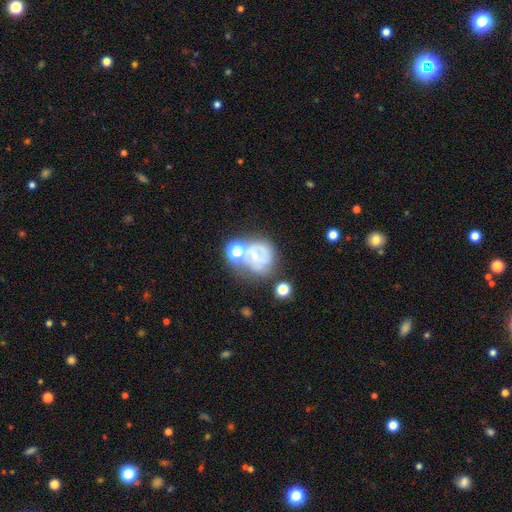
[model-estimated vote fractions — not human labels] Smooth or featured? Predicted: featured or disk (p=0.42). Merging? Predicted: none (p=0.40).